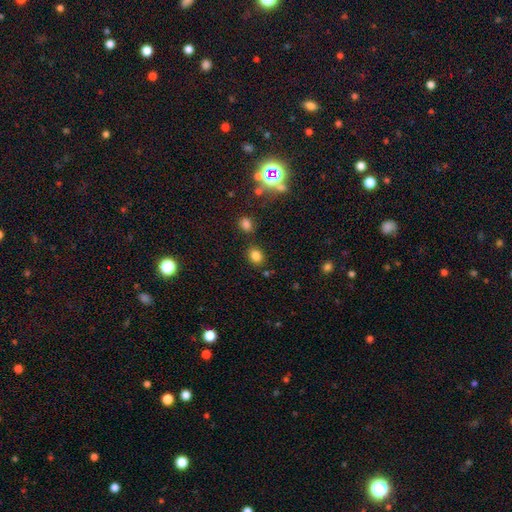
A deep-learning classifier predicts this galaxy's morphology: This appears to be a smooth galaxy with no disk features (82%) that is round (58%). Merging: none (78%).